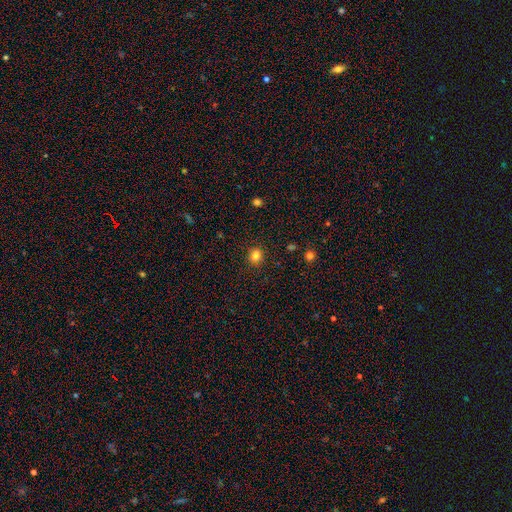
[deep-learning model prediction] Smooth or featured: smooth — 82% (star or artifact — 12%)
How rounded: round — 78% (in between — 21%)
Merging: none — 90% (minor disturbance — 7%)